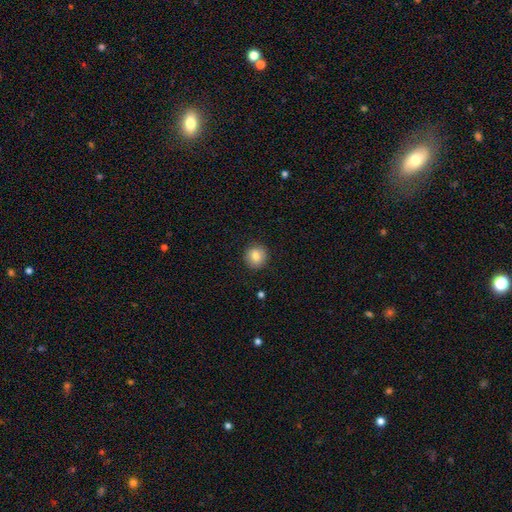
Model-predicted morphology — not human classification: smooth_or_featured: smooth (p=0.82) [alt: featured or disk p=0.10]
how_rounded: round (p=0.90) [alt: in between p=0.09]
merging: none (p=0.90) [alt: minor disturbance p=0.07]